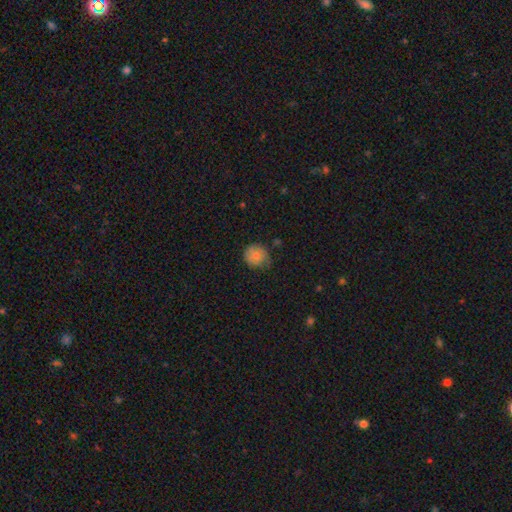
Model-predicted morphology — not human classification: smooth_or_featured: smooth (p=0.78) [alt: featured or disk p=0.14]
how_rounded: round (p=0.84) [alt: in between p=0.15]
merging: none (p=0.65) [alt: minor disturbance p=0.28]